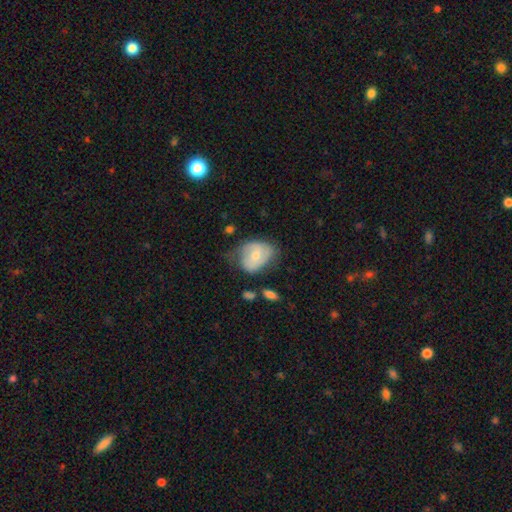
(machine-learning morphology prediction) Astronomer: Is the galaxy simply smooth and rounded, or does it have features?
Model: smooth — 50% (runner-up: featured or disk, 44%).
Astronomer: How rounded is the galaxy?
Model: in between — 59% (runner-up: round, 40%).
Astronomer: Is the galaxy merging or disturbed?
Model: none — 45% (runner-up: minor disturbance, 34%).